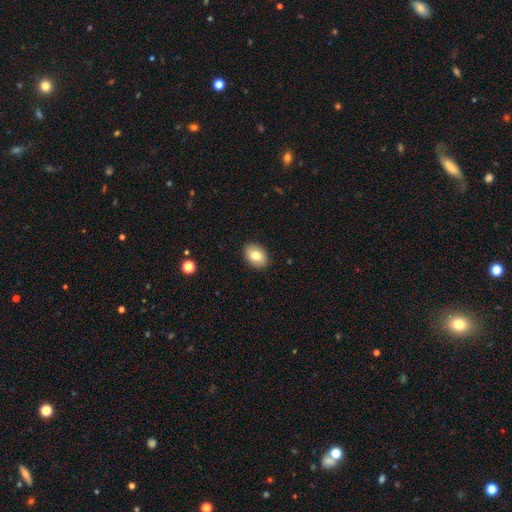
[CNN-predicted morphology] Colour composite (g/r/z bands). It shows a smooth galaxy with no disk features (79%) that is in between round and cigar-shaped (78%). Merging: none (90%).